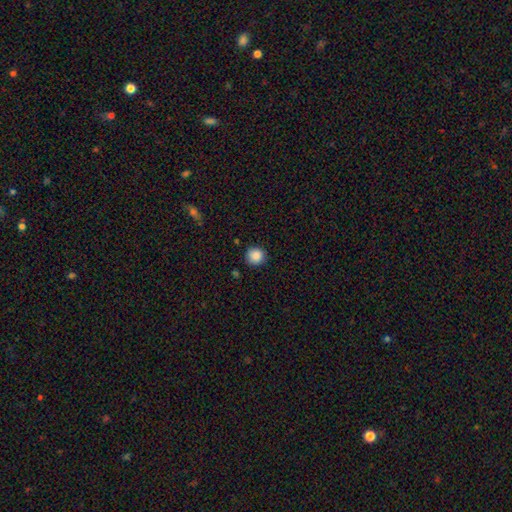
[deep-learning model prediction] A smooth galaxy with no disk features (87%) that is round (92%). Merging: none (87%).